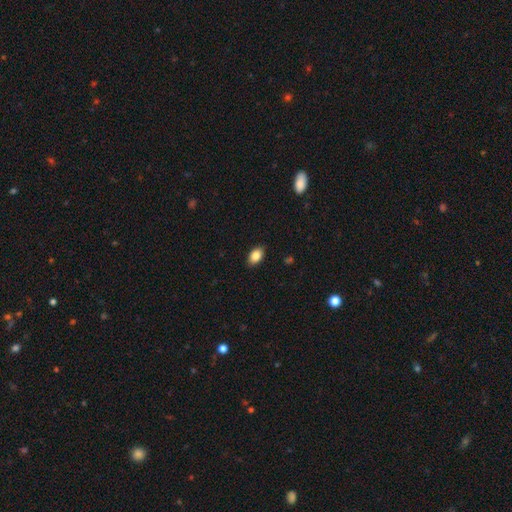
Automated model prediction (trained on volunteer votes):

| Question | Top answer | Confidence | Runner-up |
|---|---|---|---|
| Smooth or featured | smooth | 86% | star or artifact (8%) |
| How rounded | in between | 89% | round (10%) |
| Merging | none | 88% | minor disturbance (9%) |